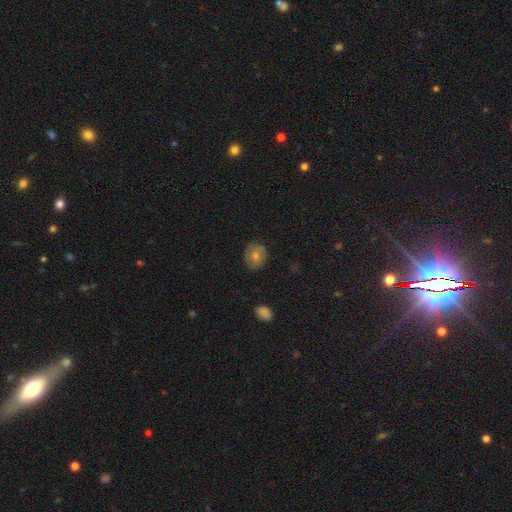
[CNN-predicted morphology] A smooth galaxy with no disk features (62%) that is round (67%). Merging: none (83%).